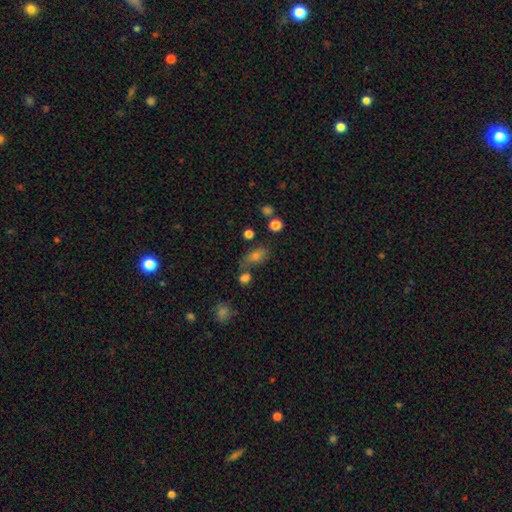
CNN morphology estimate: Overall: smooth (68%). How rounded: in between (81%). Merging: none (61%).